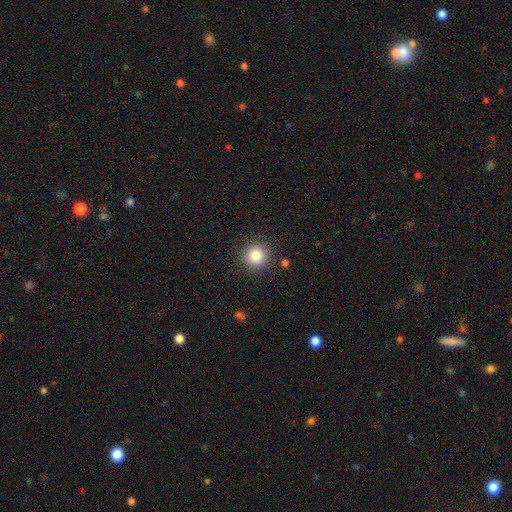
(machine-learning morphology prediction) Overall: smooth (84%). How rounded: round (94%). Merging: none (89%).